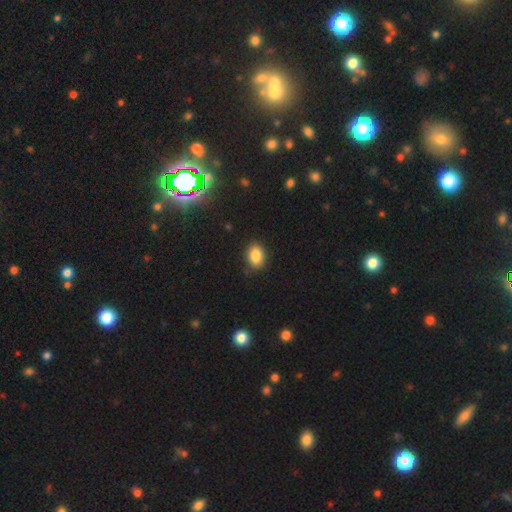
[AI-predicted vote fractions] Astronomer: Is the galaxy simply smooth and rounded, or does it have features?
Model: smooth — 86%.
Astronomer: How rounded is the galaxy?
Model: in between — 79%.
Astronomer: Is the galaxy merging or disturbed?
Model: none — 85%.